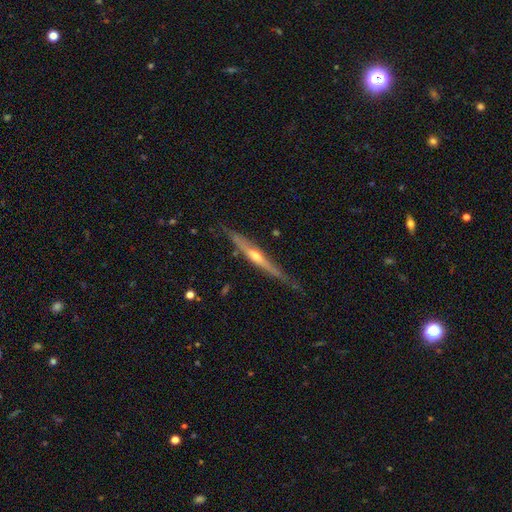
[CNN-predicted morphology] A featured or disk galaxy (74%) viewed edge-on (96%) with a rounded central bulge (75%).

Vote fractions:
- Smooth or featured? featured or disk: 74% / smooth: 20% / star or artifact: 6%
- Edge-on disk? yes: 96% / no: 4%
- Edge-on bulge? rounded: 75% / none: 20% / boxy: 5%
- Merging? none: 76% / minor disturbance: 19% / major disturbance: 3% / merger: 2%